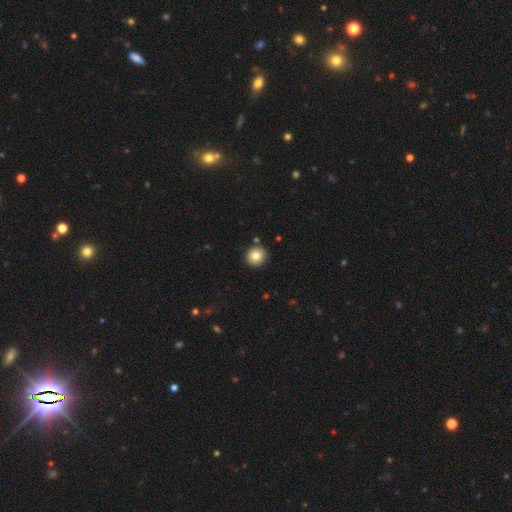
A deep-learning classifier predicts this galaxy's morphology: This is clearly a smooth galaxy (84%). How rounded: clearly round (92%). Merging: clearly none (89%).